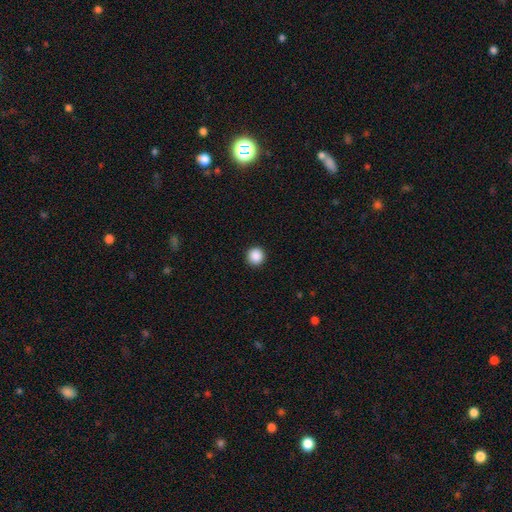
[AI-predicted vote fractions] smooth 89%, star or artifact 9%, featured or disk 2%. Down the decision tree: how rounded — round (96%); merging — none (93%).